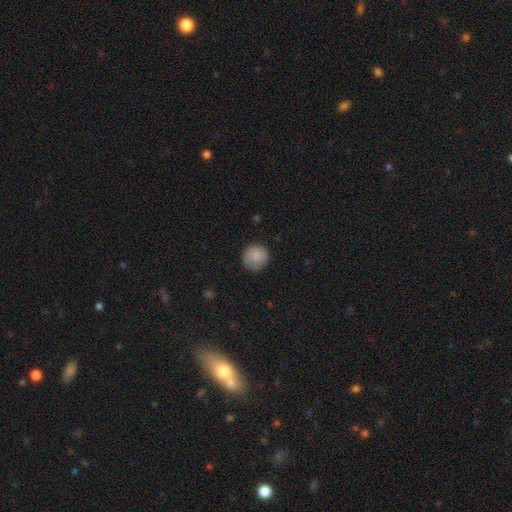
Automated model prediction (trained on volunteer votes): smooth-or-featured: smooth: 85% | star or artifact: 8% | featured or disk: 7%
  how-rounded: round: 93% | in between: 6% | cigar-shaped: 1%
  merging: none: 82% | minor disturbance: 14% | major disturbance: 3% | merger: 1%